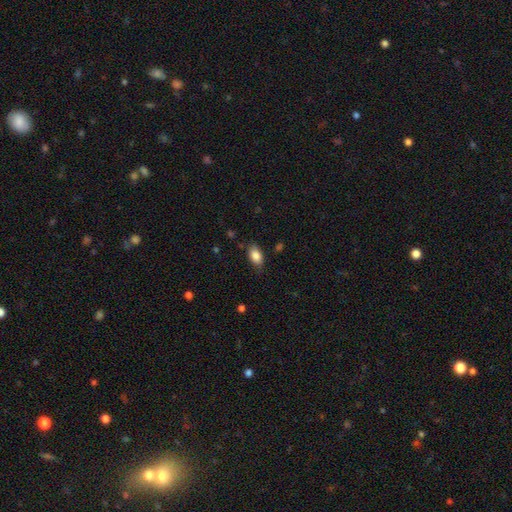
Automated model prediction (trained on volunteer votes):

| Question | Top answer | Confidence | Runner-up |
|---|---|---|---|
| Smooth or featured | smooth | 85% | star or artifact (8%) |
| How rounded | in between | 91% | round (7%) |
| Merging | none | 81% | minor disturbance (14%) |